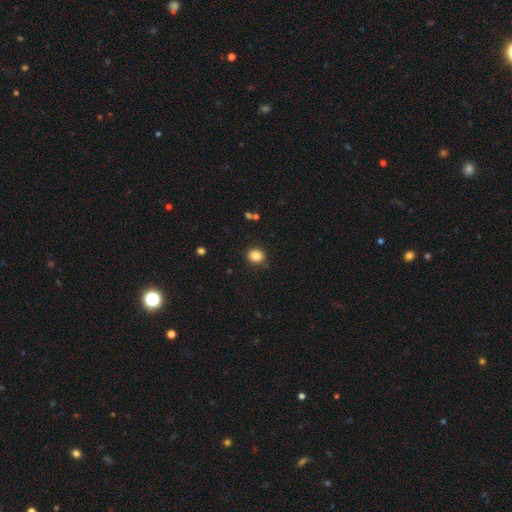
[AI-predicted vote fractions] Morphology: type=smooth (86%); roundness=round (68%); merging=none (85%).